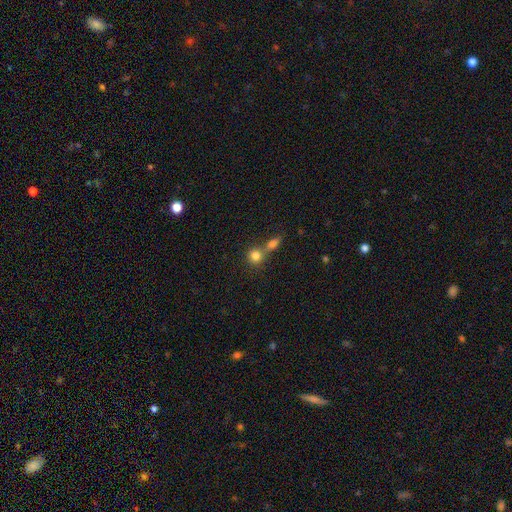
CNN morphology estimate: type=smooth (81%); roundness=round (84%); merging=none (47%).